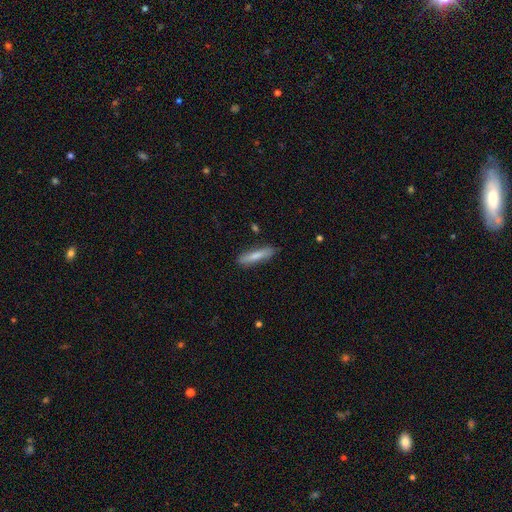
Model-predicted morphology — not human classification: smooth-or-featured: smooth: 76% | featured or disk: 18% | star or artifact: 6%
  how-rounded: cigar-shaped: 81% | in between: 17% | round: 1%
  merging: none: 84% | minor disturbance: 12% | major disturbance: 2% | merger: 2%